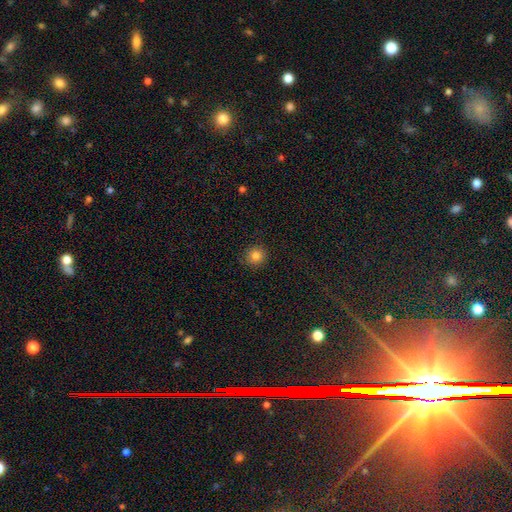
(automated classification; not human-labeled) Overall: smooth (82%). How rounded: round (92%). Merging: none (89%).